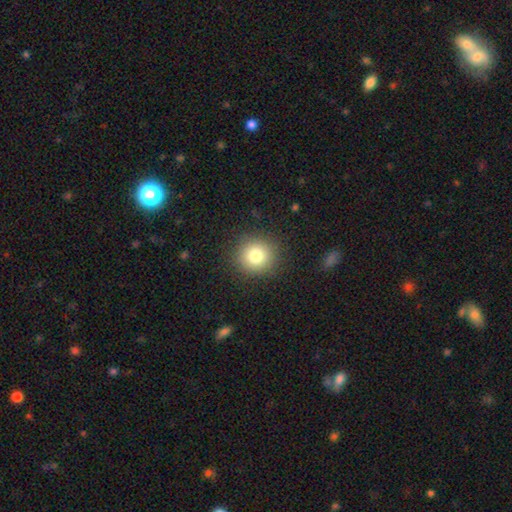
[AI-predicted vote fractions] A smooth galaxy with no disk features (80%) that is round (93%).

Vote fractions:
- Smooth or featured? smooth: 80% / star or artifact: 12% / featured or disk: 9%
- How rounded? round: 93% / in between: 6% / cigar-shaped: 1%
- Merging? none: 89% / minor disturbance: 7% / major disturbance: 3% / merger: 1%